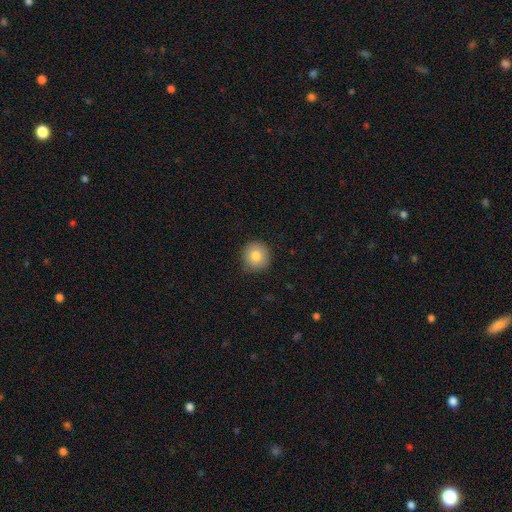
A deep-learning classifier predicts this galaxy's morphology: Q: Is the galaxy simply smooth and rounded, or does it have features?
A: smooth — 82%.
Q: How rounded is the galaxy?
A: round — 93%.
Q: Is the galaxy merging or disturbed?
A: none — 88%.